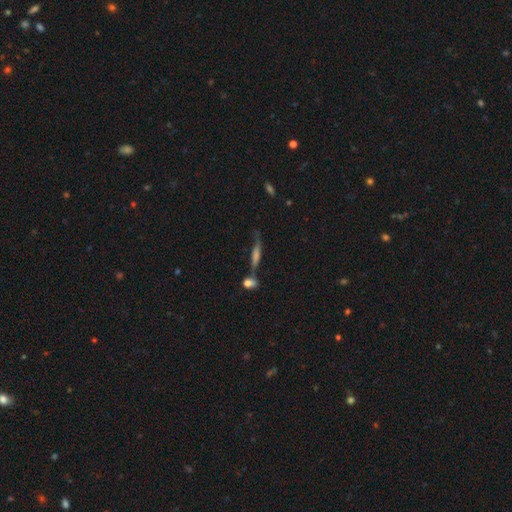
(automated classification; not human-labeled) The model was most divided on "smooth or featured": featured or disk: 51%, smooth: 32%, star or artifact: 17%. More confident: edge-on disk — yes (86%); merging — none (61%).